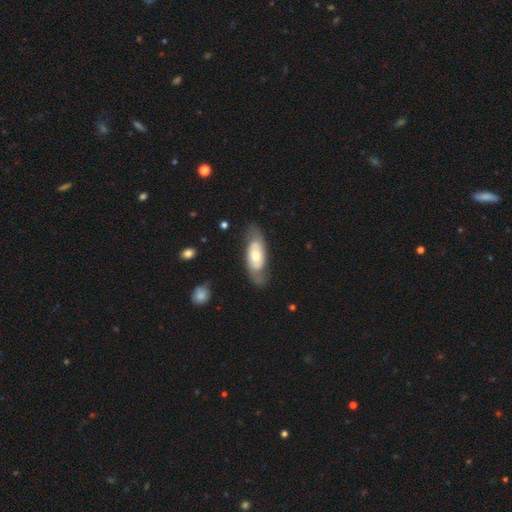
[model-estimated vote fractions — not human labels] Smooth or featured? Predicted: featured or disk (p=0.50). Merging? Predicted: none (p=0.69).